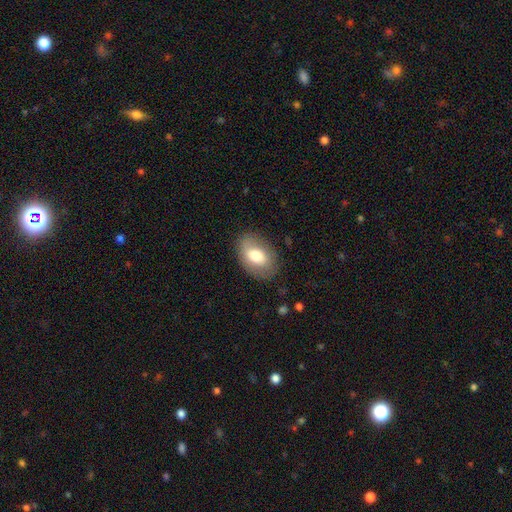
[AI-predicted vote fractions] Overall: smooth (70%). How rounded: in between (86%). Merging: none (80%).